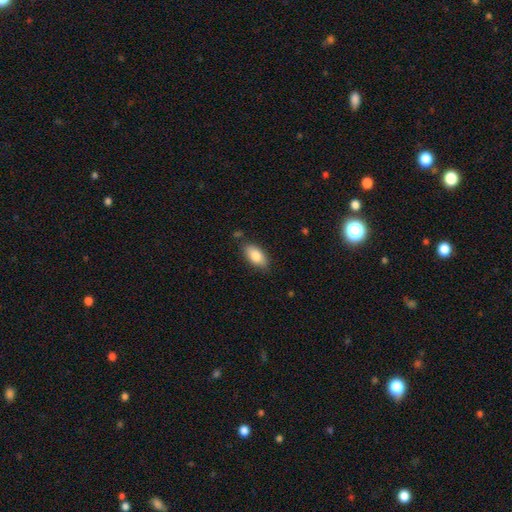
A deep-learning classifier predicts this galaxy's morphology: A smooth galaxy with no disk features (83%) that is in between round and cigar-shaped (91%).

Vote fractions:
- Smooth or featured? smooth: 83% / featured or disk: 10% / star or artifact: 7%
- How rounded? in between: 91% / cigar-shaped: 6% / round: 3%
- Merging? none: 81% / minor disturbance: 14% / major disturbance: 3% / merger: 2%